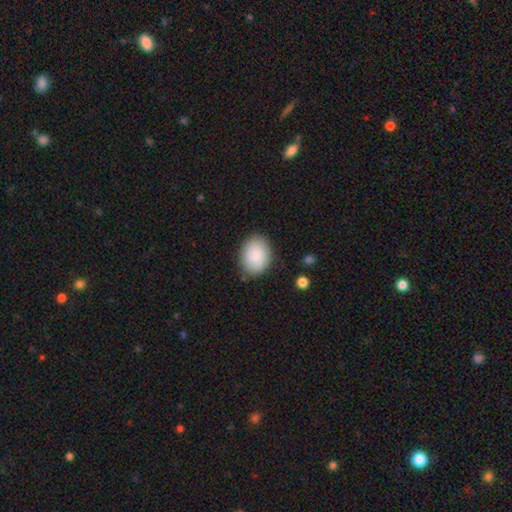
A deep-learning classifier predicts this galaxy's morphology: type=smooth (85%); roundness=in between (68%); merging=none (82%).